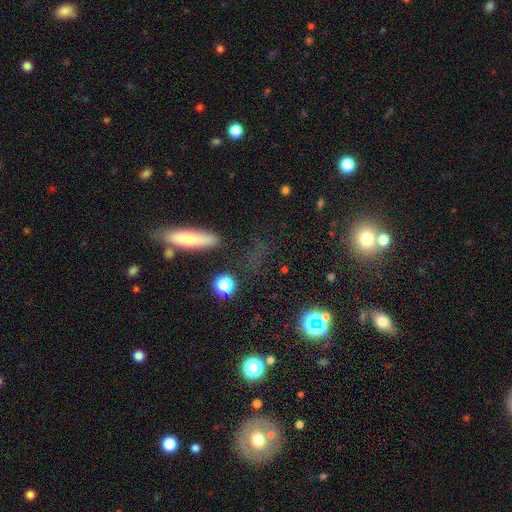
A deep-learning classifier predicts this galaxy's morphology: Smooth or featured? smooth (47%)
Merging? none (66%)